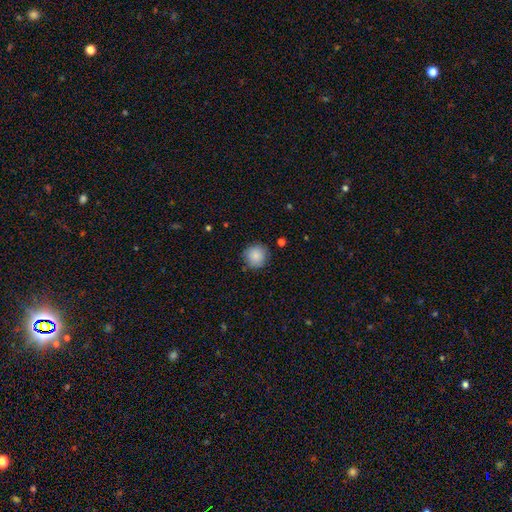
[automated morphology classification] Smooth or featured?
  - smooth: 88% *
  - star or artifact: 8%
  - featured or disk: 5%
How rounded?
  - round: 94% *
  - in between: 5%
  - cigar-shaped: 1%
Merging?
  - none: 86% *
  - minor disturbance: 10%
  - major disturbance: 2%
  - merger: 2%